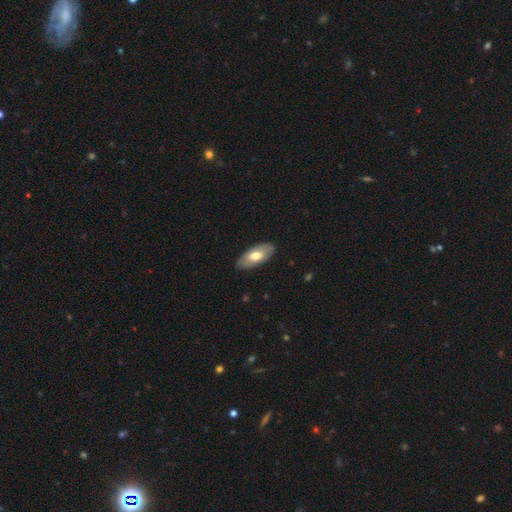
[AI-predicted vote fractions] smooth 65%, featured or disk 30%, star or artifact 5%. Down the decision tree: how rounded — in between (91%); merging — none (85%).